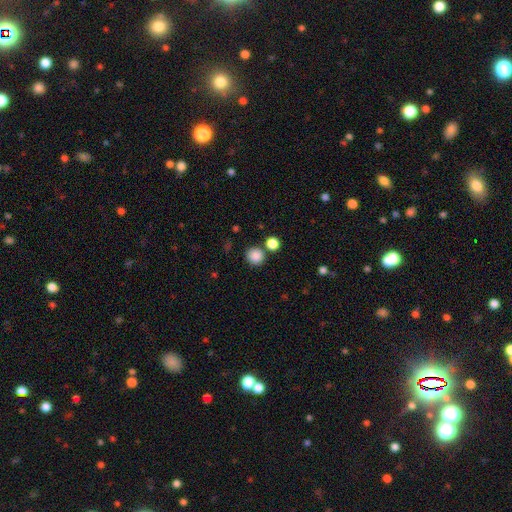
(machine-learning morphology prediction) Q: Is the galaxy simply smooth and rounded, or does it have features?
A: smooth — 86%.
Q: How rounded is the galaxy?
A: round — 92%.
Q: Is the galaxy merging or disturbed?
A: none — 79%.